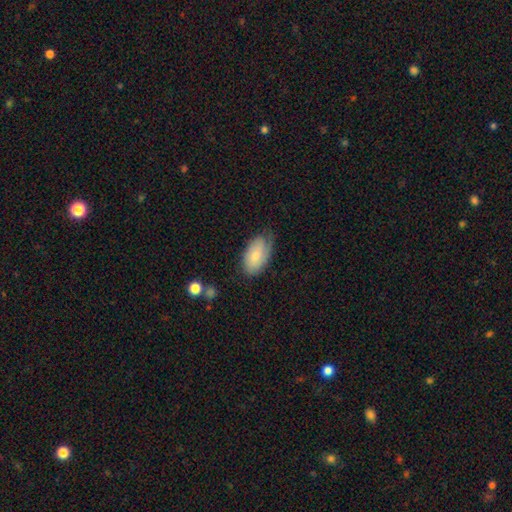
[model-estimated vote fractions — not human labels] A smooth galaxy with no disk features (65%) that is in between round and cigar-shaped (93%).

Vote fractions:
- Smooth or featured? smooth: 65% / featured or disk: 29% / star or artifact: 6%
- How rounded? in between: 93% / round: 5% / cigar-shaped: 2%
- Merging? none: 55% / minor disturbance: 32% / major disturbance: 11% / merger: 2%